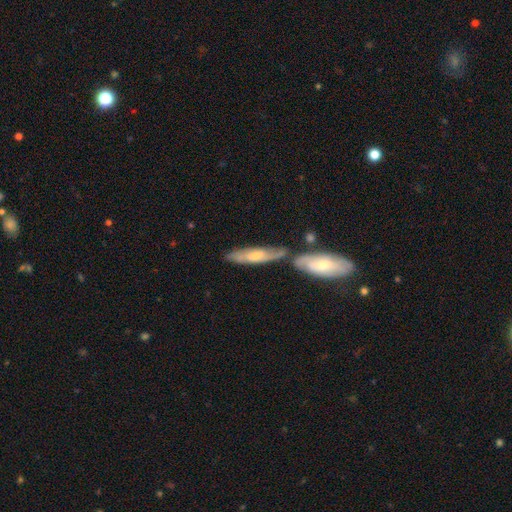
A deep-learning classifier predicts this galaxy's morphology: A featured or disk galaxy (52%). Merging: none (48%).